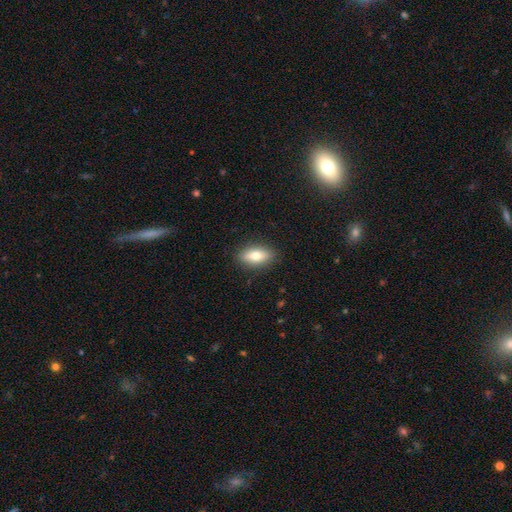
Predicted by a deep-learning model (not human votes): Morphology: type=smooth (73%); roundness=in between (81%); merging=none (87%).